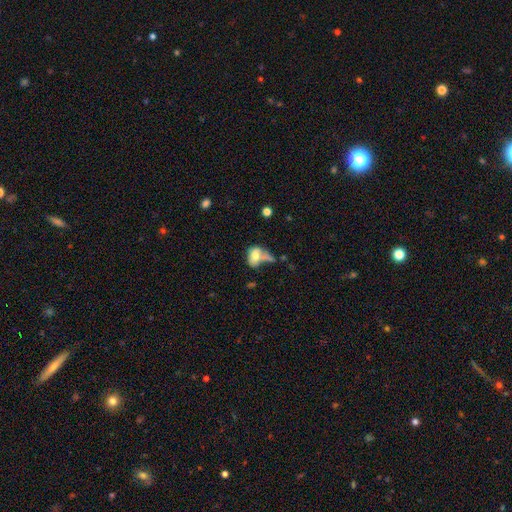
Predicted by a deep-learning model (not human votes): A smooth galaxy with no disk features (68%) that is in between round and cigar-shaped (76%). Merging: merger (39%).